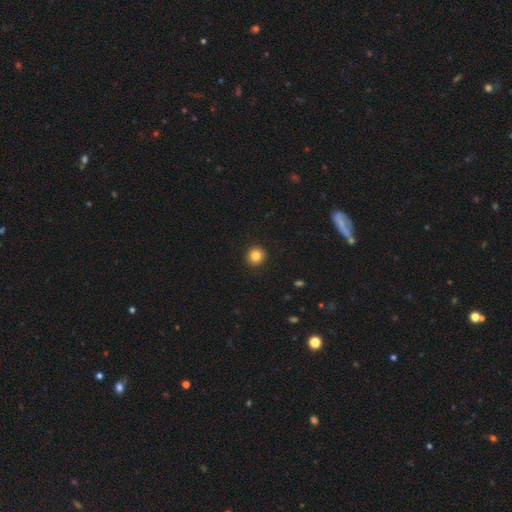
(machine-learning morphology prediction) This appears to be a smooth galaxy with no disk features (84%) that is round (92%). Merging: none (93%).